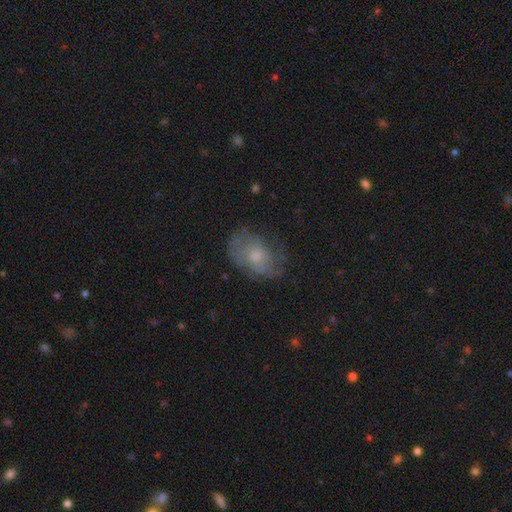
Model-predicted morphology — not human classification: This appears to be a featured or disk galaxy (54%) with no bar (75%), spiral arms (71%) and a moderate central bulge (48%). Merging: none (58%).